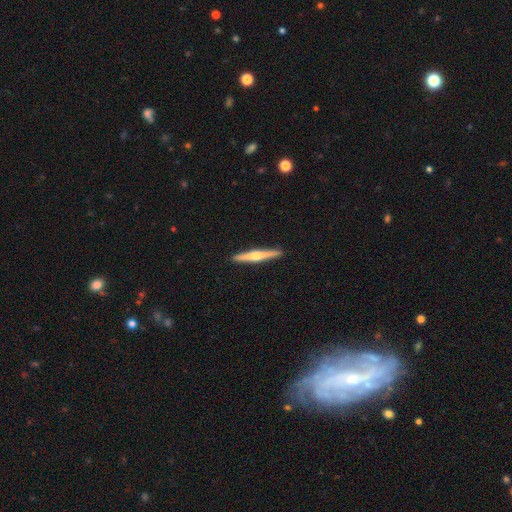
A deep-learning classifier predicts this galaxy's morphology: Smooth or featured?
  - featured or disk: 63% *
  - smooth: 33%
  - star or artifact: 5%
Edge-on disk?
  - yes: 98% *
  - no: 2%
Edge-on bulge?
  - rounded: 87% *
  - none: 8%
  - boxy: 5%
Merging?
  - none: 92% *
  - minor disturbance: 6%
  - major disturbance: 1%
  - merger: 1%